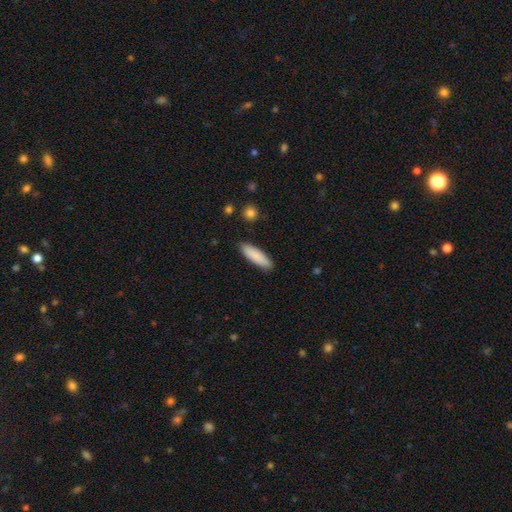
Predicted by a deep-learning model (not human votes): smooth_or_featured: smooth (p=0.87) [alt: featured or disk p=0.07]
how_rounded: cigar-shaped (p=0.60) [alt: in between p=0.38]
merging: none (p=0.88) [alt: minor disturbance p=0.09]